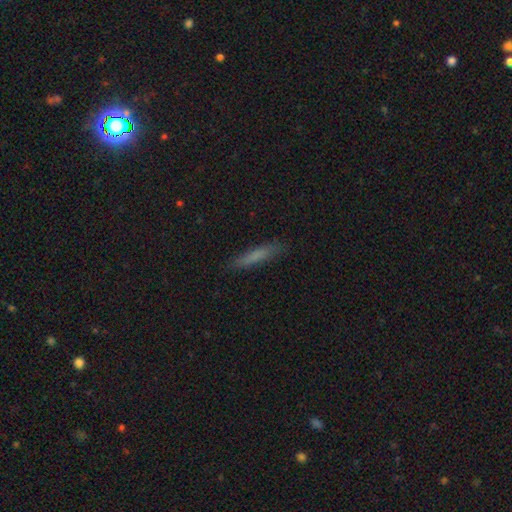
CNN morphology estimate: Smooth or featured? smooth (74%)
How rounded? cigar-shaped (90%)
Merging? none (85%)